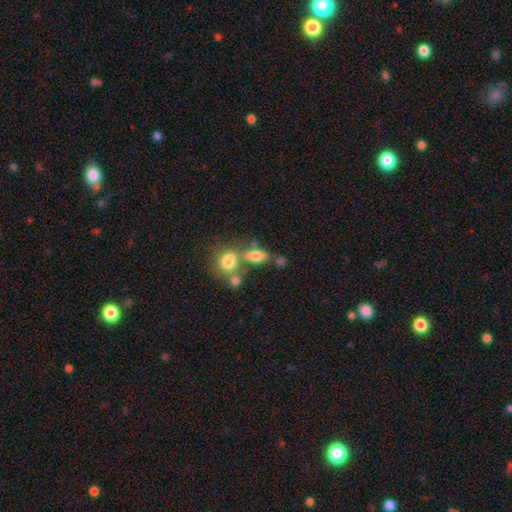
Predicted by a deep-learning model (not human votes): Smooth or featured?
  - smooth: 74% *
  - featured or disk: 15%
  - star or artifact: 11%
How rounded?
  - in between: 76% *
  - cigar-shaped: 13%
  - round: 11%
Merging?
  - none: 50% *
  - merger: 30%
  - minor disturbance: 13%
  - major disturbance: 7%